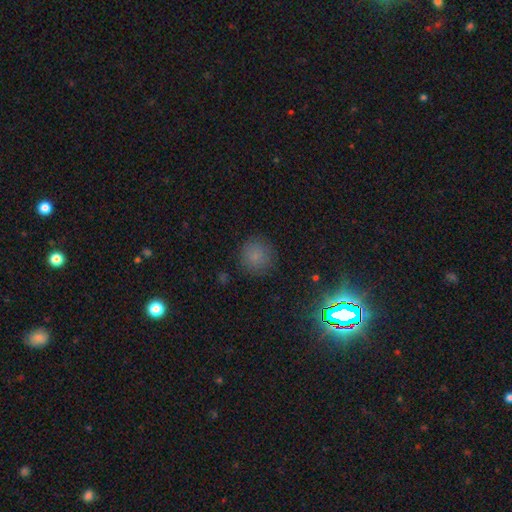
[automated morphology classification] A smooth galaxy with no disk features (76%) that is round (92%). Merging: none (85%).